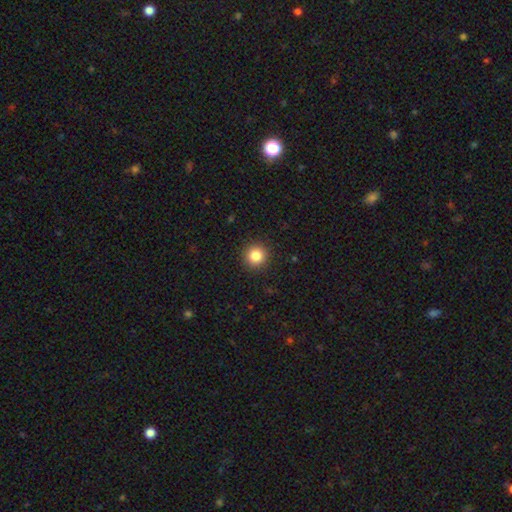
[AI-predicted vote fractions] smooth-or-featured: smooth: 85% | star or artifact: 11% | featured or disk: 5%
  how-rounded: round: 95% | in between: 4% | cigar-shaped: 1%
  merging: none: 92% | minor disturbance: 5% | major disturbance: 2% | merger: 1%